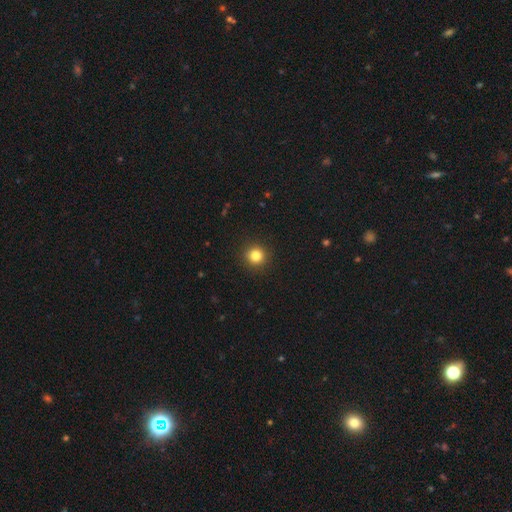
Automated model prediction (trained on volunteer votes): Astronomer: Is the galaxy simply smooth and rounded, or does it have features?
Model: smooth — 83%.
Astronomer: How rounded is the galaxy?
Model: round — 95%.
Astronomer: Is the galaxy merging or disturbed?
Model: none — 93%.